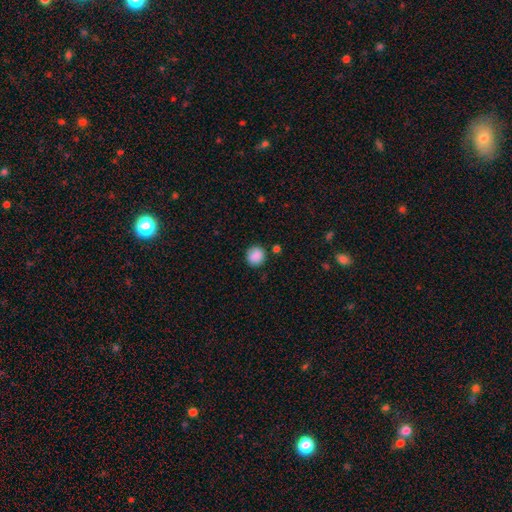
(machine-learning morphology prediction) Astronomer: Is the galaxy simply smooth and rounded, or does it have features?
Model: smooth — 88%.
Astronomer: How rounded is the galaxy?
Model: round — 90%.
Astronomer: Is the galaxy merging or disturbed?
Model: none — 85%.